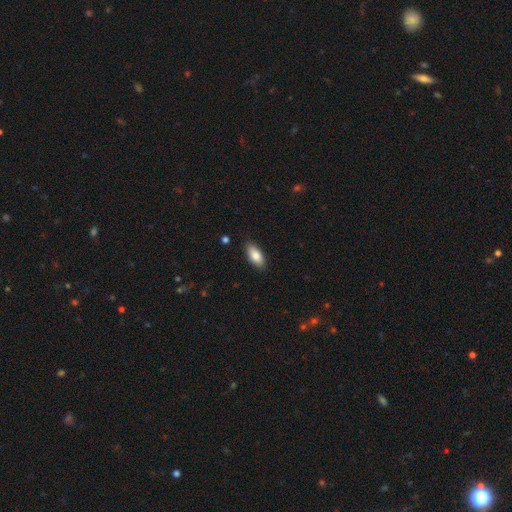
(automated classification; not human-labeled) This is clearly a smooth galaxy (82%). How rounded: clearly in between (86%). Merging: clearly none (88%).